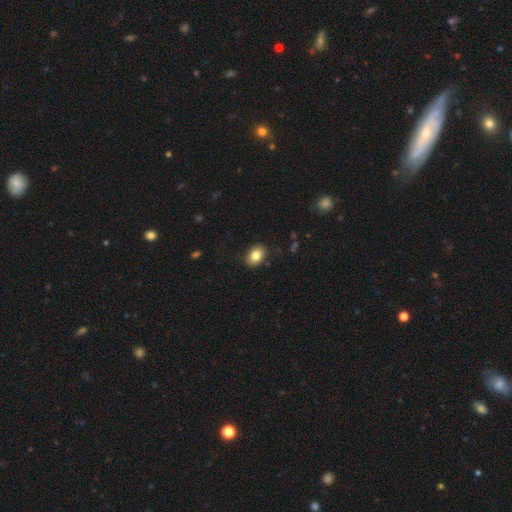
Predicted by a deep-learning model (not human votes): Smooth or featured? smooth (82%)
How rounded? in between (78%)
Merging? none (87%)